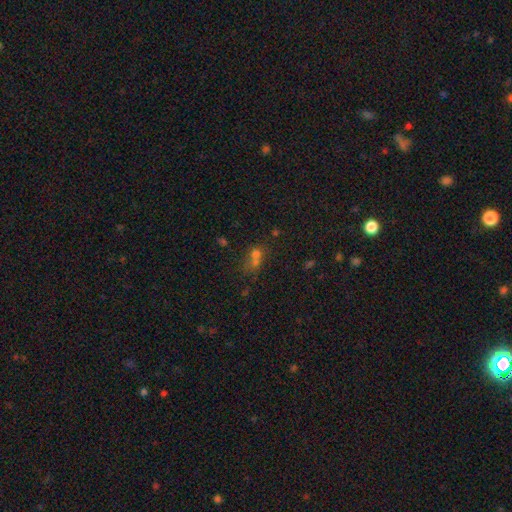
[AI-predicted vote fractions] Overall: smooth (54%; star or artifact 30%). How rounded: round (70%). Merging: merger (53%; none 35%).